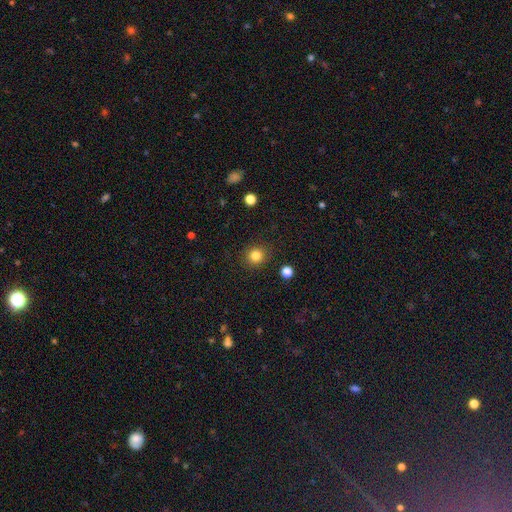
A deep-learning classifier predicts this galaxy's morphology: This appears to be a smooth galaxy with no disk features (83%) that is round (88%). Merging: none (90%).